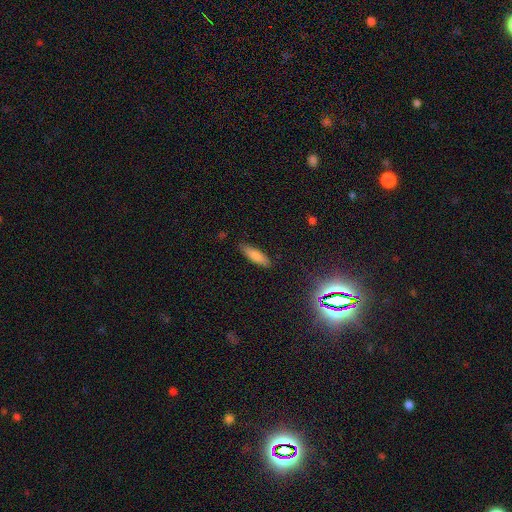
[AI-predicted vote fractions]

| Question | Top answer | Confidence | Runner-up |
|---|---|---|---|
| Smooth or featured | smooth | 80% | featured or disk (11%) |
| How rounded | cigar-shaped | 58% | in between (41%) |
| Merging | none | 84% | minor disturbance (13%) |